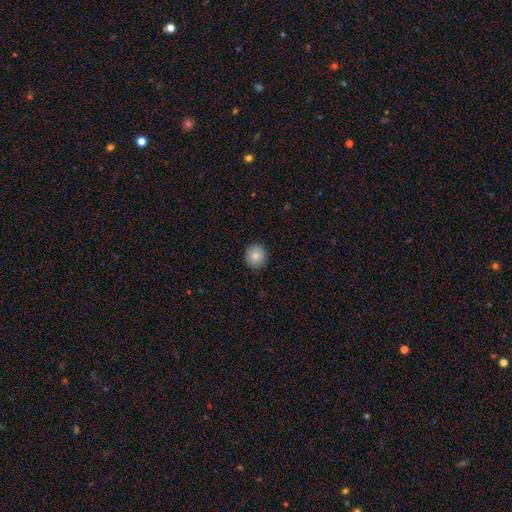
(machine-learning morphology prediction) Smooth or featured: smooth — 85% (star or artifact — 8%)
How rounded: round — 91% (in between — 8%)
Merging: none — 91% (minor disturbance — 6%)